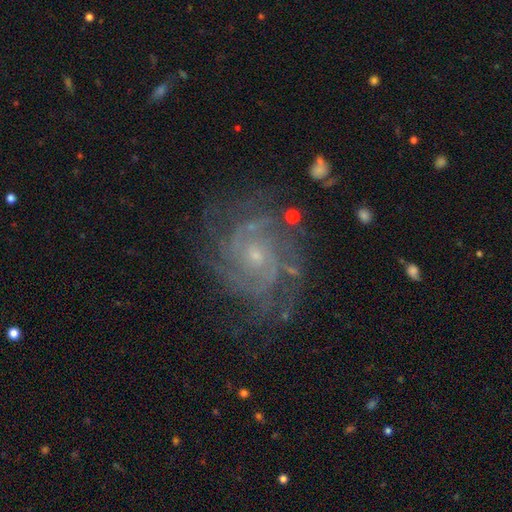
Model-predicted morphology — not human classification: A featured or disk galaxy (87%) with no bar (75%), tight (63%) spiral arms (96%) and a small central bulge (74%).

Vote fractions:
- Smooth or featured? featured or disk: 87% / star or artifact: 7% / smooth: 6%
- Edge-on disk? no: 98% / yes: 2%
- Bar? no: 75% / weak: 21% / strong: 4%
- Spiral arms? yes: 96% / no: 4%
- Spiral winding? tight: 63% / medium: 31% / loose: 6%
- Spiral arm count? can't tell: 25% / 3: 23% / 4: 20% / 2: 19% / more than 4: 8% / 1: 6%
- Bulge size? small: 74% / moderate: 21% / none: 3% / large: 1% / dominant: 1%
- Merging? none: 73% / minor disturbance: 17% / major disturbance: 9% / merger: 2%